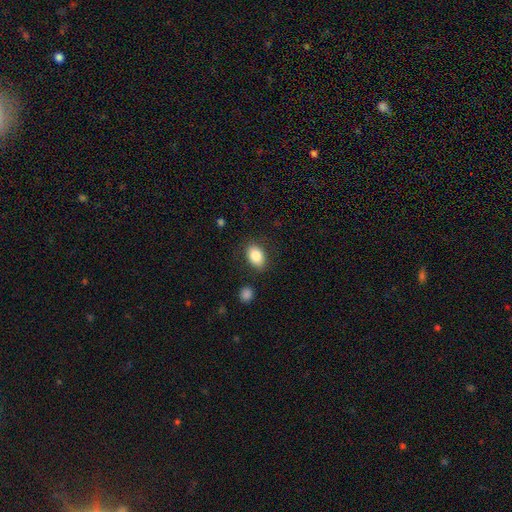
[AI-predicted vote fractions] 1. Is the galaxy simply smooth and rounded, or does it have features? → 85% smooth, 8% featured or disk, 7% star or artifact.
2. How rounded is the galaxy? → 85% in between, 14% round, 1% cigar-shaped.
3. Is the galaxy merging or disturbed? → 82% none, 12% minor disturbance, 4% major disturbance, 2% merger.